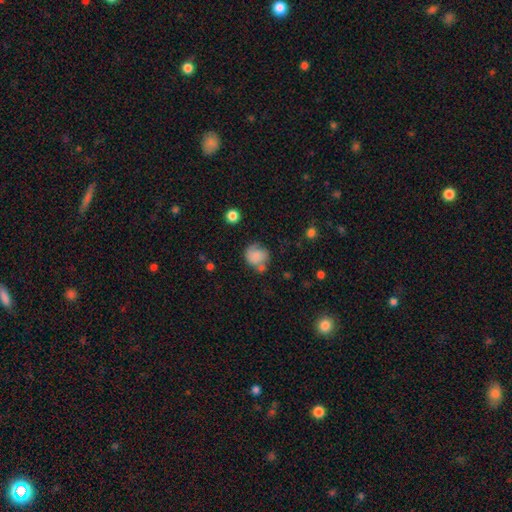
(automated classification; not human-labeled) A smooth galaxy with no disk features (75%) that is round (78%). Merging: none (52%).